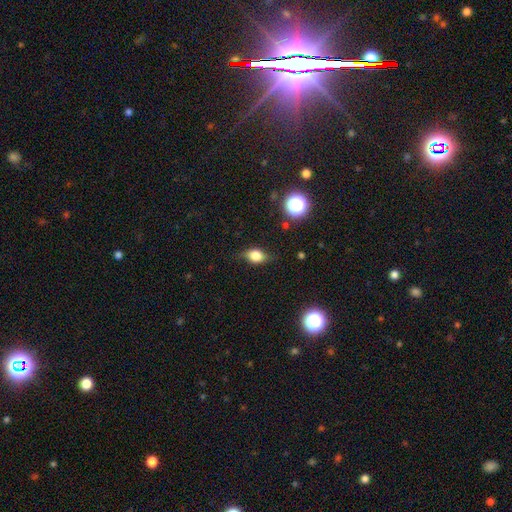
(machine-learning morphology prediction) A smooth galaxy with no disk features (66%) that is in between round and cigar-shaped (67%).

Vote fractions:
- Smooth or featured? smooth: 66% / featured or disk: 23% / star or artifact: 12%
- How rounded? in between: 67% / round: 28% / cigar-shaped: 5%
- Merging? none: 73% / minor disturbance: 21% / major disturbance: 5% / merger: 1%